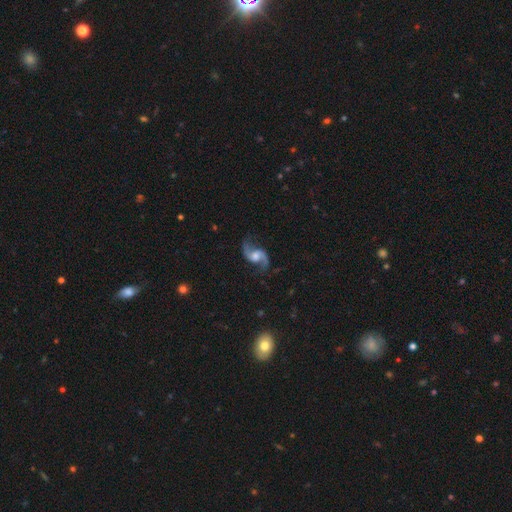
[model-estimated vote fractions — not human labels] A featured or disk galaxy (90%) with no bar (52%), 2 (94%) loose (68%) spiral arms (98%) and a moderate central bulge (48%). Merging: none (79%).